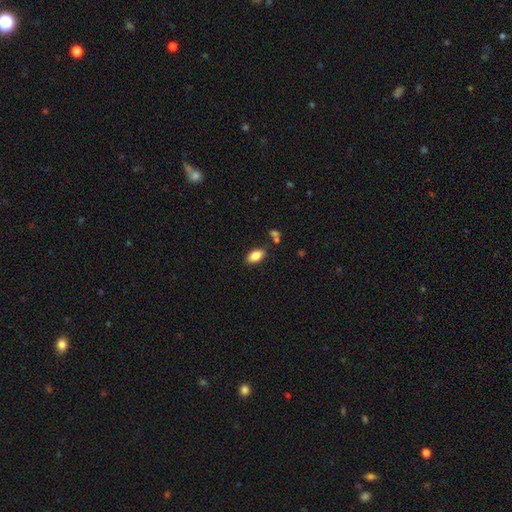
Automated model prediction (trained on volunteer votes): Smooth or featured?
  - smooth: 85% *
  - star or artifact: 8%
  - featured or disk: 7%
How rounded?
  - in between: 92% *
  - round: 5%
  - cigar-shaped: 3%
Merging?
  - none: 80% *
  - minor disturbance: 12%
  - merger: 6%
  - major disturbance: 3%